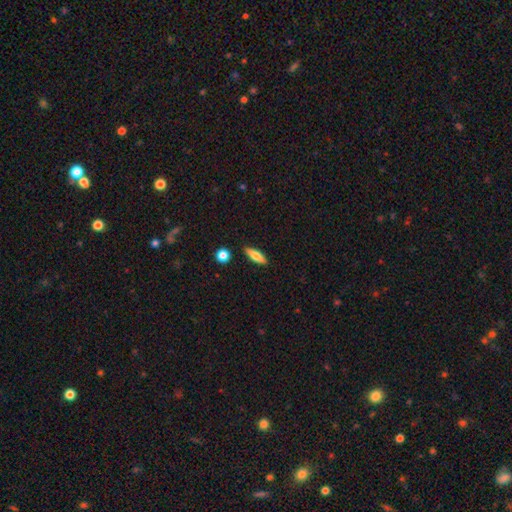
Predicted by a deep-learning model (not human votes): Smooth or featured? smooth (71%)
How rounded? in between (51%)
Merging? none (87%)